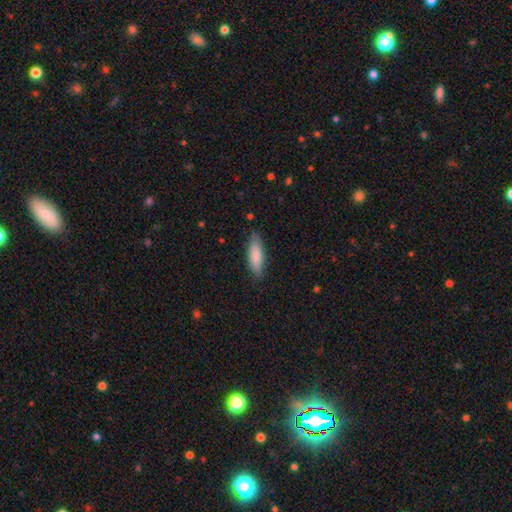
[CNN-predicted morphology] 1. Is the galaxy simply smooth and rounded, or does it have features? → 85% smooth, 10% featured or disk, 6% star or artifact.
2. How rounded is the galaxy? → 49% cigar-shaped (tied), 49% in between (tied), 2% round.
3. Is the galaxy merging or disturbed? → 83% none, 13% minor disturbance, 2% major disturbance, 1% merger.